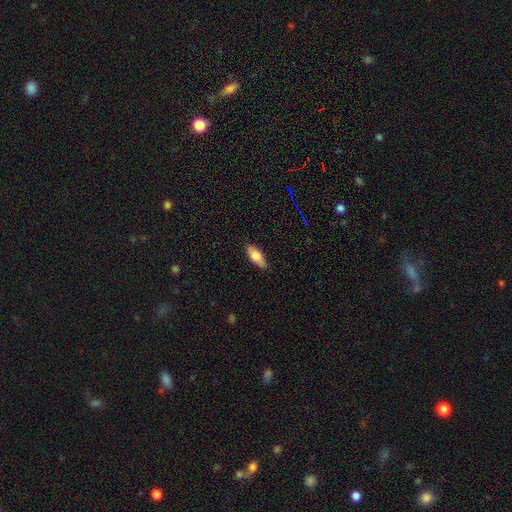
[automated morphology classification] Q: Smooth or featured?
A: smooth (79%); runner-up: featured or disk (15%)
Q: How rounded?
A: in between (78%); runner-up: cigar-shaped (20%)
Q: Merging?
A: none (85%); runner-up: minor disturbance (12%)